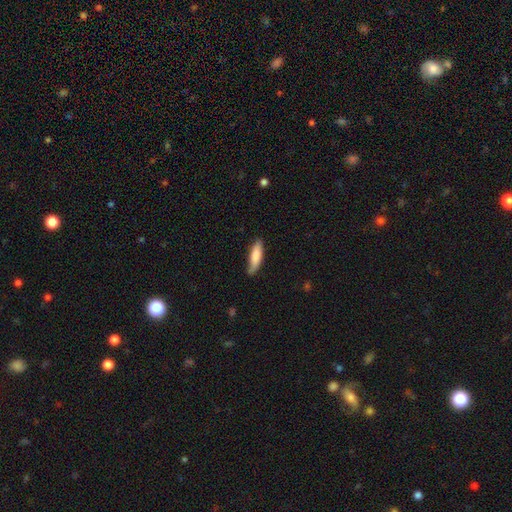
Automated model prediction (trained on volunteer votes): smooth-or-featured: smooth: 80% | featured or disk: 14% | star or artifact: 5%
  how-rounded: cigar-shaped: 57% | in between: 42% | round: 2%
  merging: none: 68% | minor disturbance: 25% | major disturbance: 4% | merger: 2%